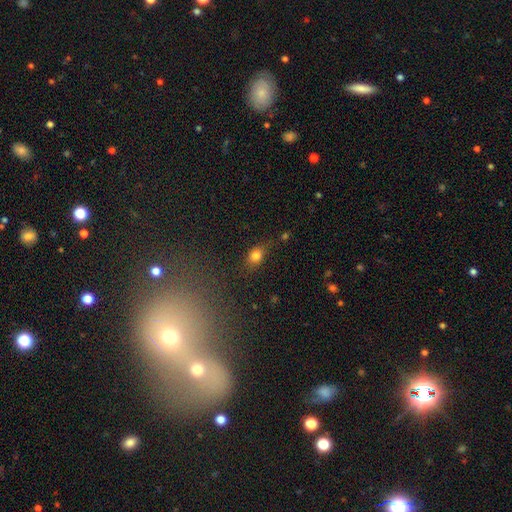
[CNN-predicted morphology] This appears to be a smooth galaxy with no disk features (80%) that is in between round and cigar-shaped (61%). Merging: none (73%).